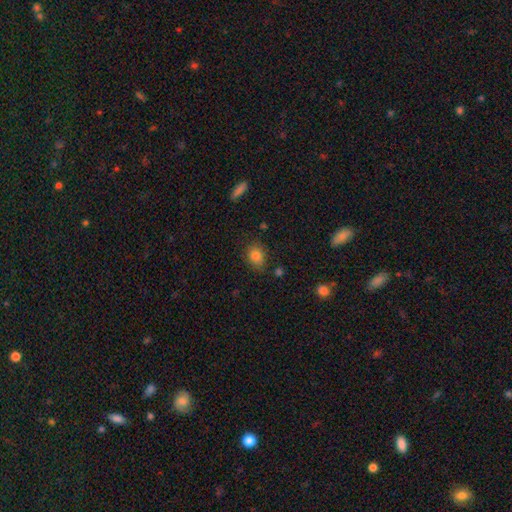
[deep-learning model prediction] smooth 83%, star or artifact 11%, featured or disk 6%. Down the decision tree: how rounded — in between (56%); merging — none (77%).